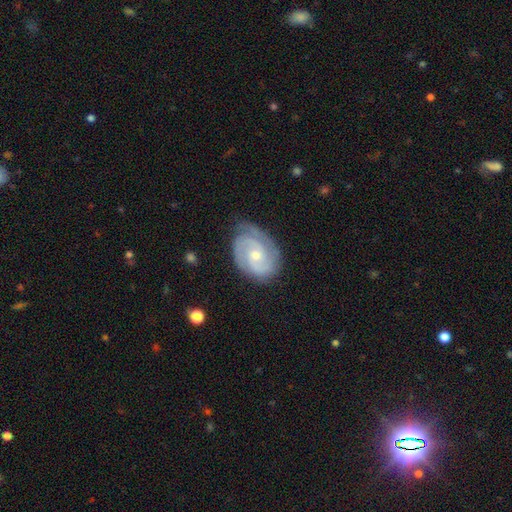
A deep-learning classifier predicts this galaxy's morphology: Q: Smooth or featured?
A: featured or disk (84%); runner-up: smooth (11%)
Q: Edge-on disk?
A: no (97%); runner-up: yes (3%)
Q: Bar?
A: no (66%); runner-up: weak (29%)
Q: Spiral arms?
A: yes (96%); runner-up: no (4%)
Q: Spiral winding?
A: tight (56%); runner-up: medium (36%)
Q: Spiral arm count?
A: 2 (52%); runner-up: 3 (22%)
Q: Bulge size?
A: small (62%); runner-up: moderate (35%)
Q: Merging?
A: none (68%); runner-up: minor disturbance (23%)